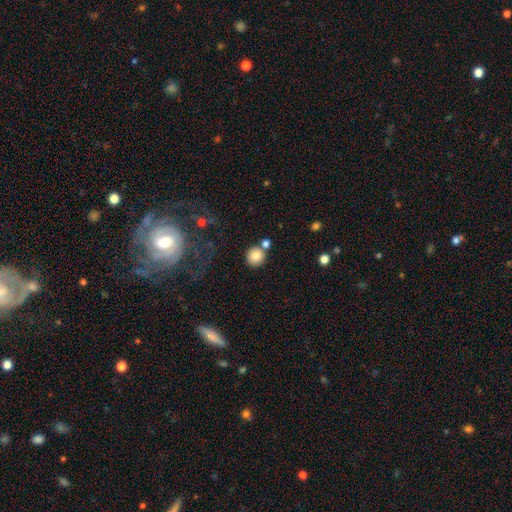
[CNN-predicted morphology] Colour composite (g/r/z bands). It shows a smooth galaxy with no disk features (83%) that is round (90%). Merging: none (71%).